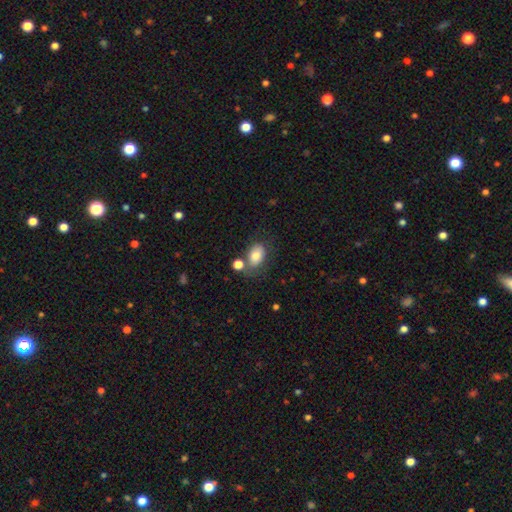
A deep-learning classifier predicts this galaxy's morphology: Q: Smooth or featured?
A: smooth (81%); runner-up: featured or disk (11%)
Q: How rounded?
A: in between (84%); runner-up: round (15%)
Q: Merging?
A: none (57%); runner-up: minor disturbance (18%)